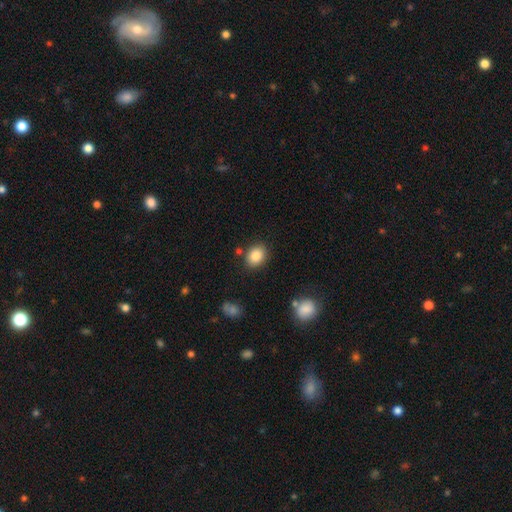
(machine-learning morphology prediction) The model was most divided on "how rounded": in between: 57%, round: 42%, cigar-shaped: 1%. More confident: smooth or featured — smooth (85%); merging — none (82%).